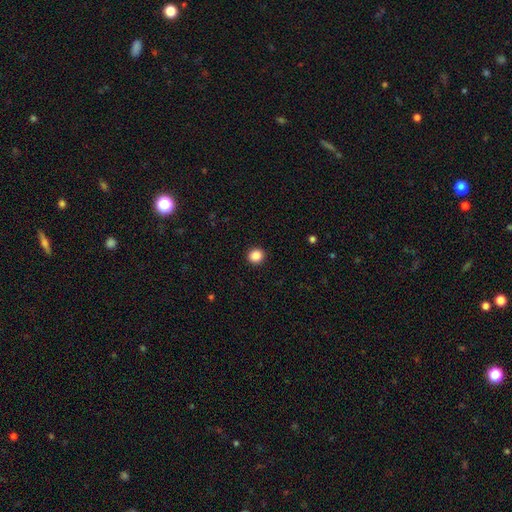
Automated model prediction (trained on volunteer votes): The model was most divided on "smooth or featured": smooth: 88%, star or artifact: 10%, featured or disk: 2%. More confident: merging — none (93%); how rounded — round (91%).